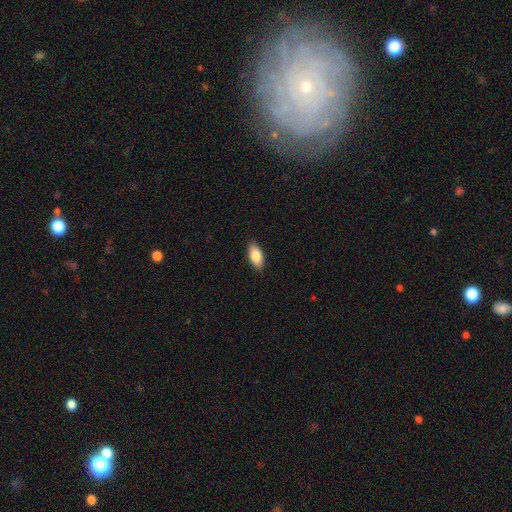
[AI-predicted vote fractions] This appears to be a smooth galaxy with no disk features (81%) that is in between round and cigar-shaped (88%). Merging: none (88%).